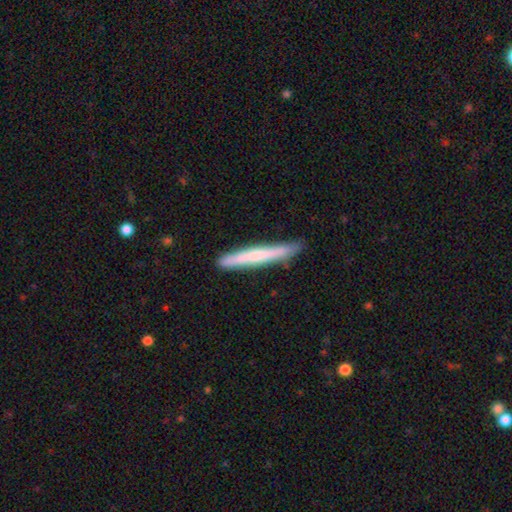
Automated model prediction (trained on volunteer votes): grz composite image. It shows a smooth galaxy with no disk features (60%) that is cigar-shaped (96%). Merging: none (84%).